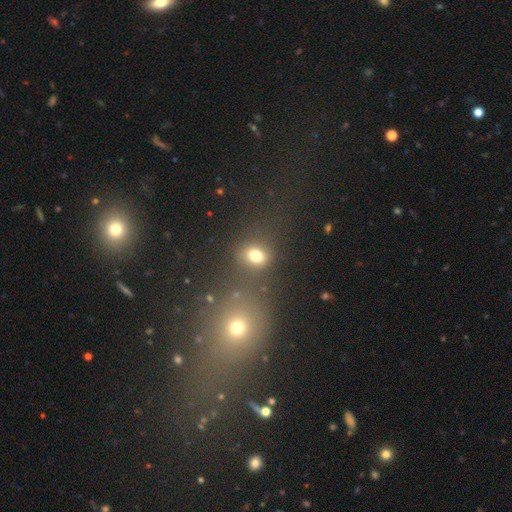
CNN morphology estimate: Overall: smooth (74%). How rounded: round (49%, tied with in between). Merging: none (70%).